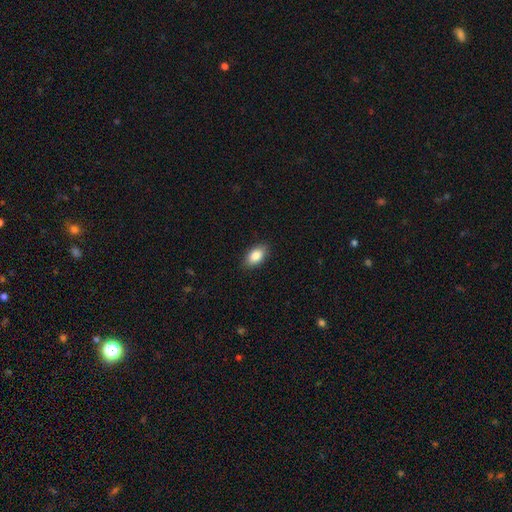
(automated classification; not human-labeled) smooth 86%, star or artifact 7%, featured or disk 6%. Down the decision tree: how rounded — in between (91%); merging — none (88%).